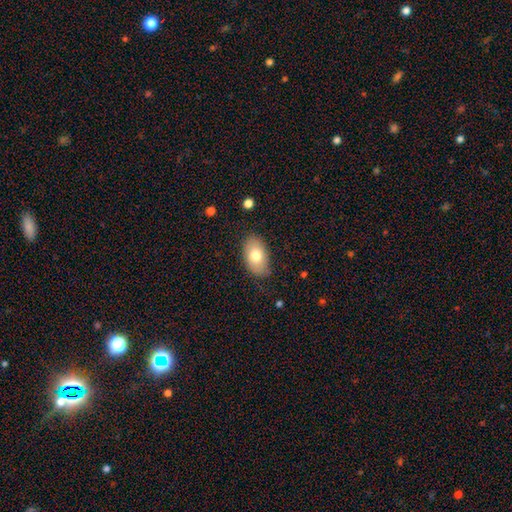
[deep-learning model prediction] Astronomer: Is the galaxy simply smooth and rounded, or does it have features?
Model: smooth — 74%.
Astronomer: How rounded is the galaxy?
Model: in between — 93%.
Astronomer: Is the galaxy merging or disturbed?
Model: none — 80%.